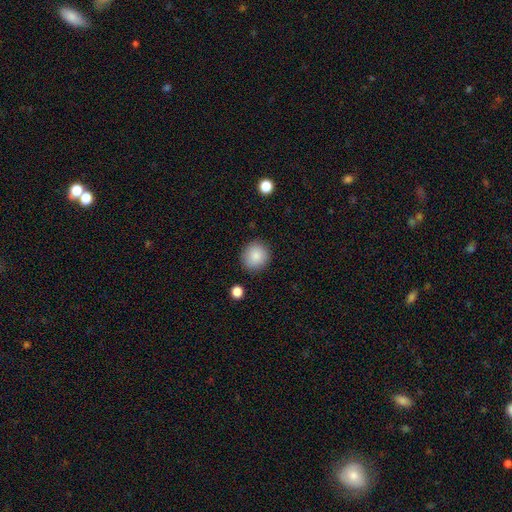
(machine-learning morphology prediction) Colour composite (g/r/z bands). It shows a smooth galaxy with no disk features (87%) that is round (88%). Merging: none (88%).